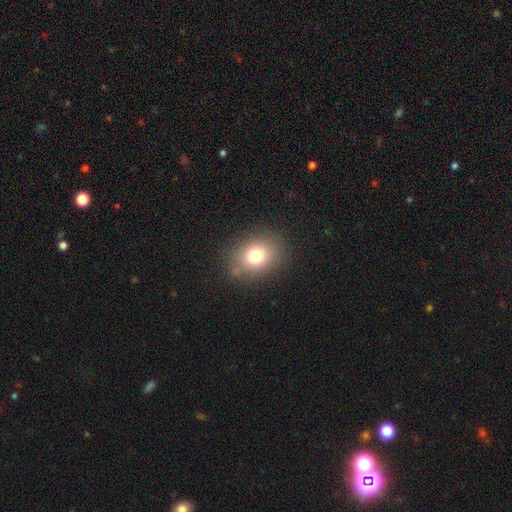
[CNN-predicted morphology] Overall: smooth (77%). How rounded: in between (55%; round 44%). Merging: none (83%).